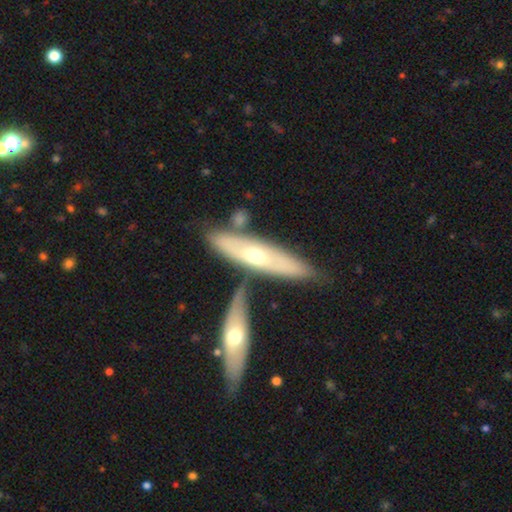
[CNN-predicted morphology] The model was most divided on "edge-on disk": yes: 57%, no: 43%. More confident: merging — none (60%); smooth or featured — featured or disk (58%).